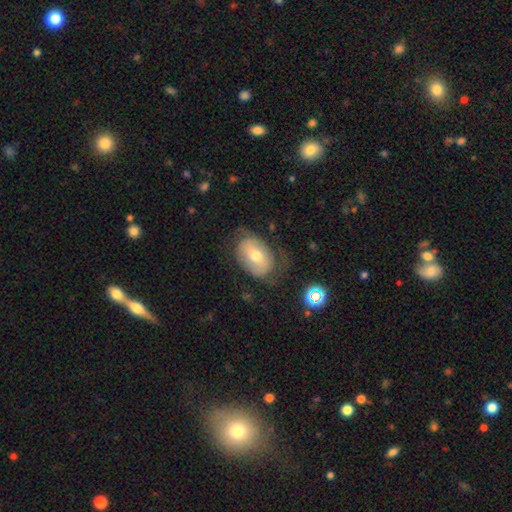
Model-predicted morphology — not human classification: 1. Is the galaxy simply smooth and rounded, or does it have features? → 48% smooth, 43% featured or disk, 9% star or artifact.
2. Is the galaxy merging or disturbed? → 55% none, 24% minor disturbance, 19% major disturbance, 2% merger.